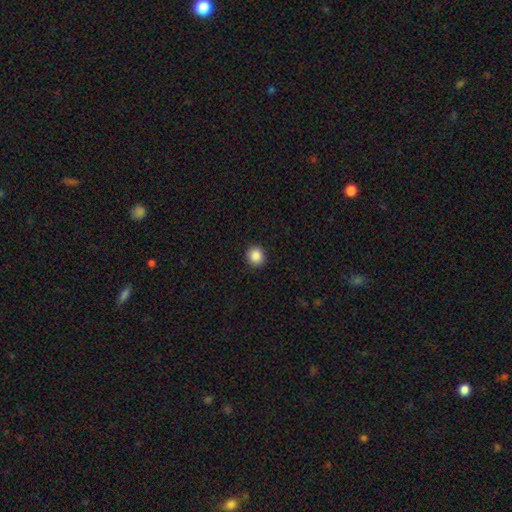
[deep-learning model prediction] smooth_or_featured: smooth (p=0.87) [alt: star or artifact p=0.09]
how_rounded: round (p=0.89) [alt: in between p=0.11]
merging: none (p=0.91) [alt: minor disturbance p=0.06]